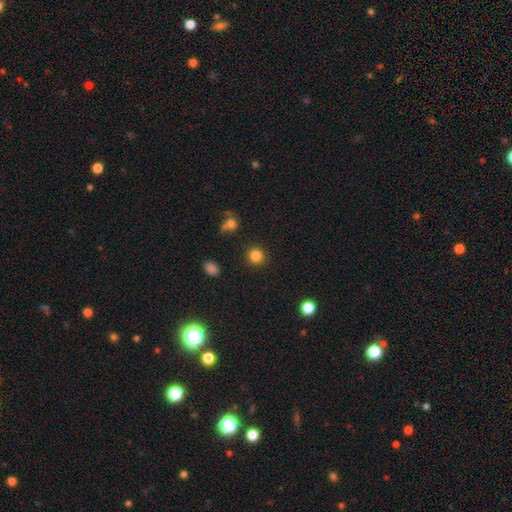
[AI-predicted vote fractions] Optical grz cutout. It shows a smooth galaxy with no disk features (84%) that is round (90%). Merging: none (89%).